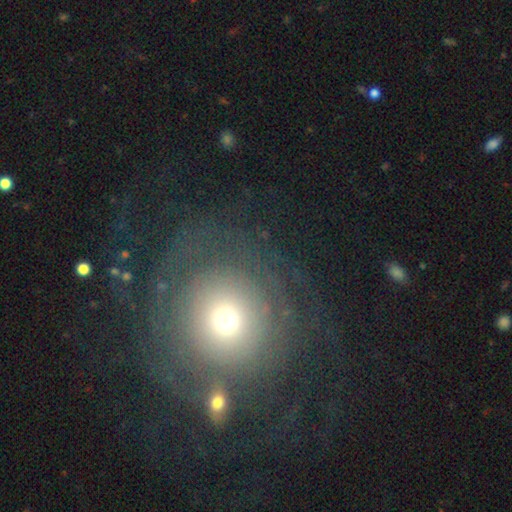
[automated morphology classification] Smooth or featured? featured or disk (46%)
Merging? none (69%)